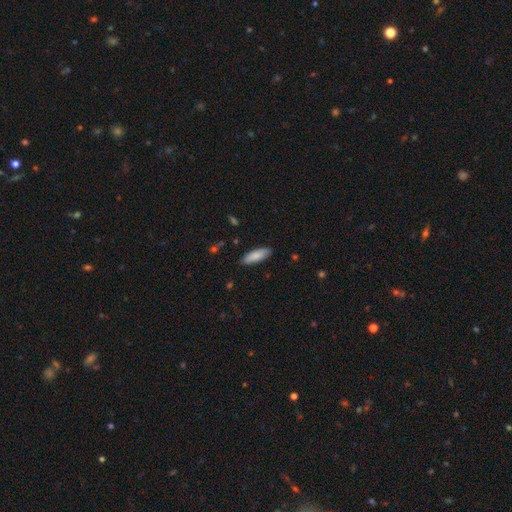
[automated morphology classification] Smooth or featured: smooth — 84% (featured or disk — 10%)
How rounded: in between — 56% (cigar-shaped — 42%)
Merging: none — 88% (minor disturbance — 10%)